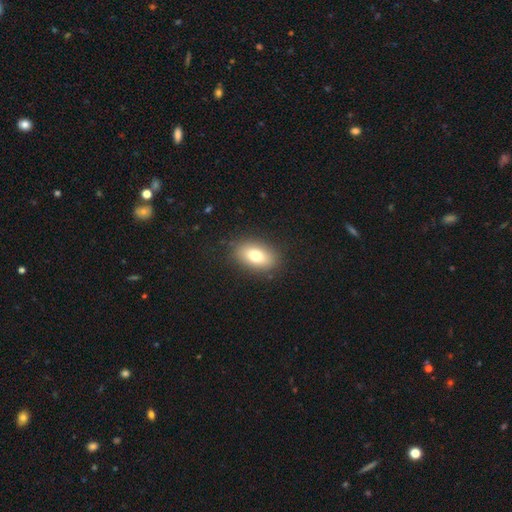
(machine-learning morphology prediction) Smooth or featured? smooth (77%)
How rounded? in between (88%)
Merging? none (86%)